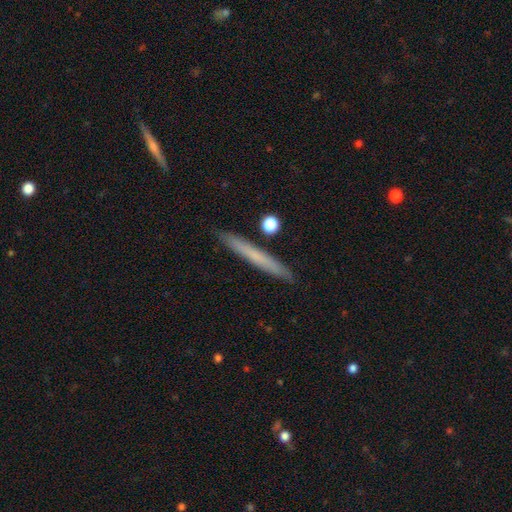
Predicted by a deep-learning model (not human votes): Smooth or featured? smooth (60%)
How rounded? cigar-shaped (96%)
Merging? none (90%)